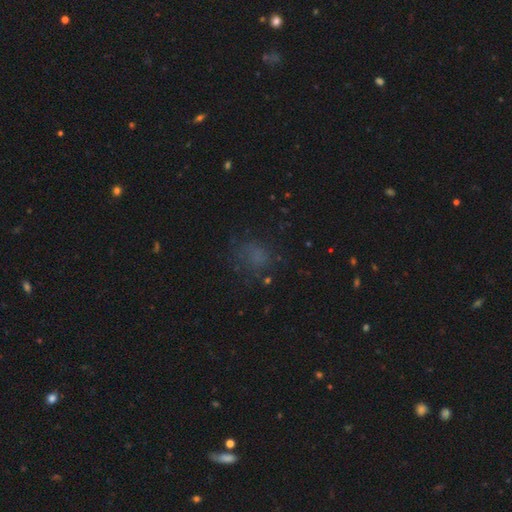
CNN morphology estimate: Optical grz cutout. It shows a smooth galaxy with no disk features (59%) that is round (61%). Merging: none (60%).